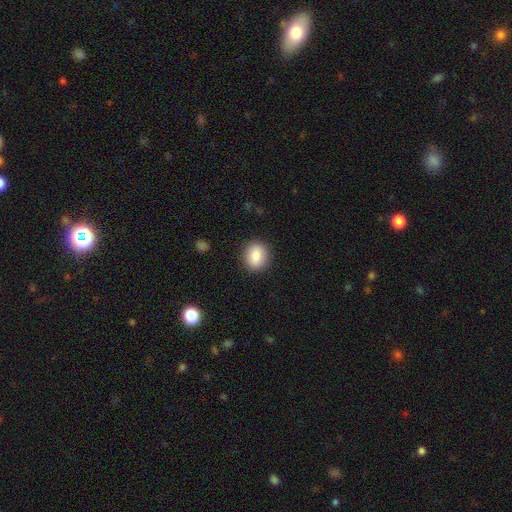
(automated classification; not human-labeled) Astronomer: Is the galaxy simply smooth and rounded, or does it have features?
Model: smooth — 84%.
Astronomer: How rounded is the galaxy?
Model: round — 62%.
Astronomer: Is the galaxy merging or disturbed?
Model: none — 89%.